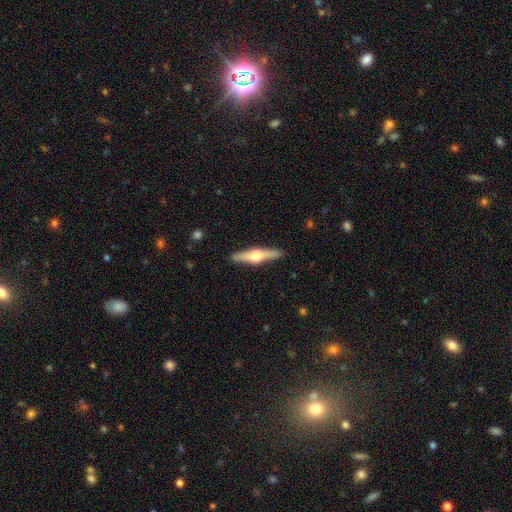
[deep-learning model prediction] A featured or disk galaxy (67%) viewed edge-on (97%) with a rounded central bulge (94%). Merging: none (90%).